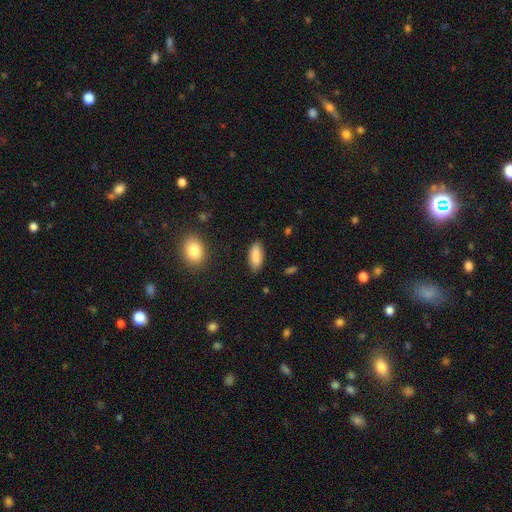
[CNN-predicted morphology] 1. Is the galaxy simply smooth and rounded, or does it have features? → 86% smooth, 7% featured or disk, 7% star or artifact.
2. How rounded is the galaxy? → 78% in between, 20% cigar-shaped, 2% round.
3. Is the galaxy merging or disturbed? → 86% none, 11% minor disturbance, 2% major disturbance, 1% merger.